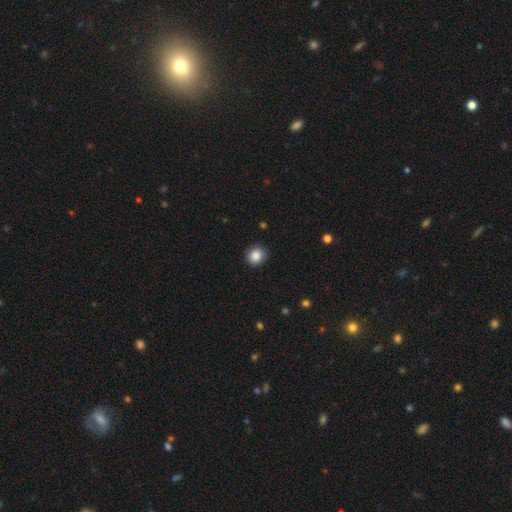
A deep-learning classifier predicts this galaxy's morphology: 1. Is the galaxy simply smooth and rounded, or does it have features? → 87% smooth, 9% star or artifact, 4% featured or disk.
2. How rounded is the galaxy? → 85% round, 14% in between, 1% cigar-shaped.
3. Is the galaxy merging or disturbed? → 88% none, 9% minor disturbance, 2% major disturbance, 1% merger.